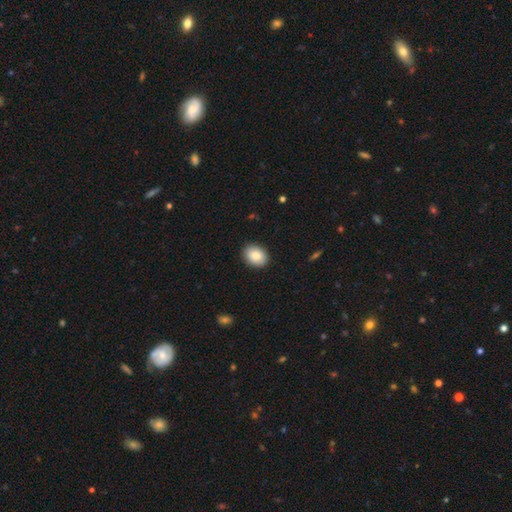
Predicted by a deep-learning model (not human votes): A smooth galaxy with no disk features (86%) that is in between round and cigar-shaped (65%). Merging: none (90%).